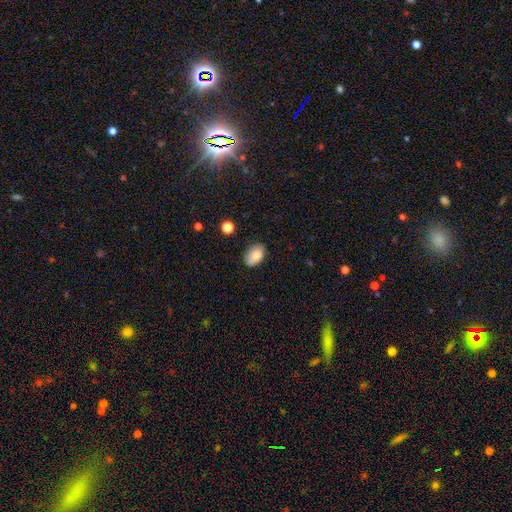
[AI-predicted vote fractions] Morphology: type=smooth (78%); roundness=in between (89%); merging=none (75%).